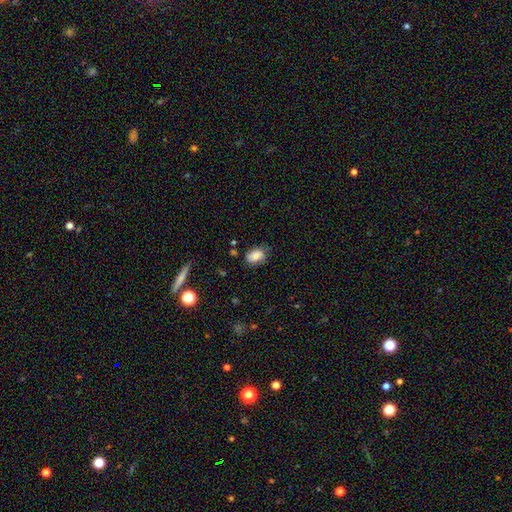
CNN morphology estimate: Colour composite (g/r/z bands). It shows a smooth galaxy with no disk features (80%) that is in between round and cigar-shaped (81%). Merging: none (64%).